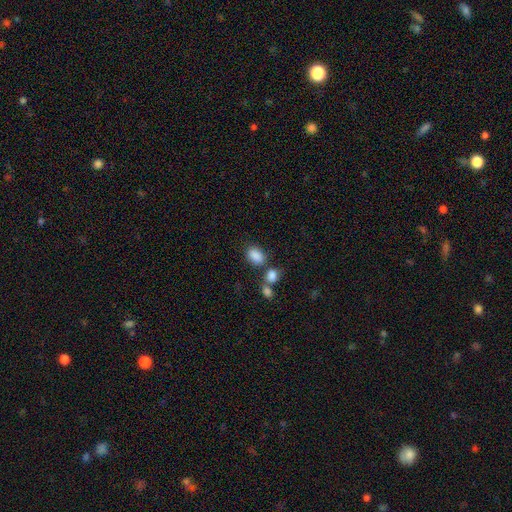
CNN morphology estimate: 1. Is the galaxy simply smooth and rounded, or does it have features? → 86% smooth, 9% star or artifact, 5% featured or disk.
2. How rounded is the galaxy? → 85% in between, 13% round, 2% cigar-shaped.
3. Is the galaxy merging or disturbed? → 62% none, 20% merger, 13% minor disturbance, 5% major disturbance.